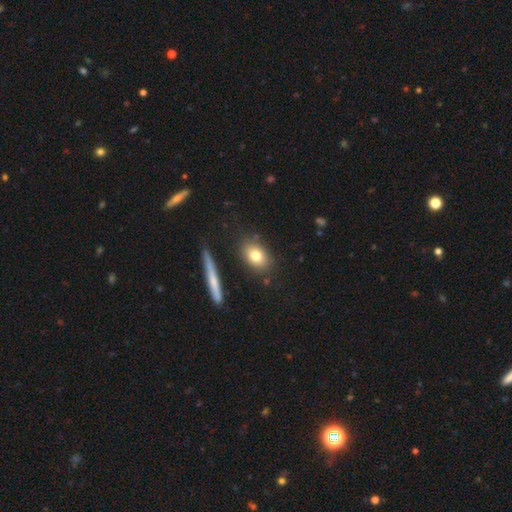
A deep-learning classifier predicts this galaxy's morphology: smooth-or-featured: smooth: 76% | featured or disk: 14% | star or artifact: 9%
  how-rounded: in between: 69% | round: 25% | cigar-shaped: 6%
  merging: none: 81% | minor disturbance: 11% | merger: 5% | major disturbance: 3%